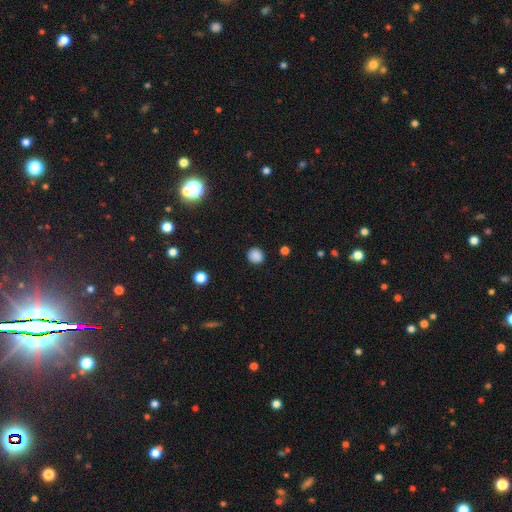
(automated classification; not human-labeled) A smooth galaxy with no disk features (86%) that is round (89%). Merging: none (90%).